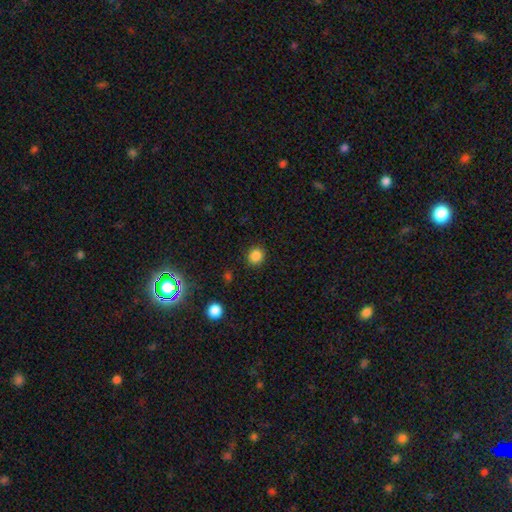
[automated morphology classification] A smooth galaxy with no disk features (85%) that is round (85%). Merging: none (89%).